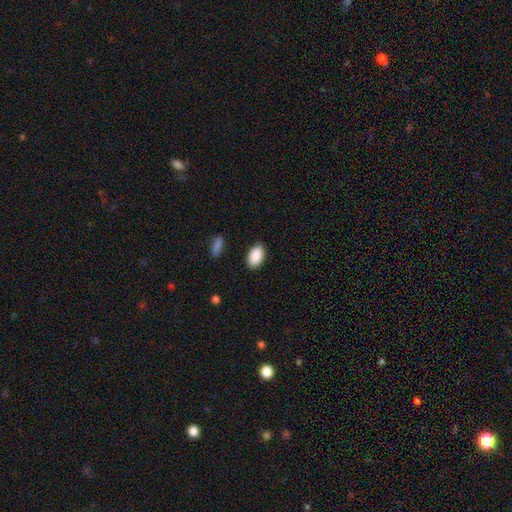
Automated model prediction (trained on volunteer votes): This appears to be a smooth galaxy with no disk features (90%) that is in between round and cigar-shaped (94%). Merging: none (88%).